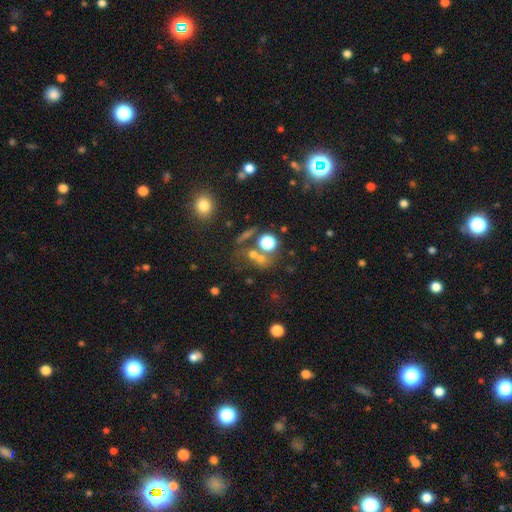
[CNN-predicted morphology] Smooth or featured: smooth — 42% (star or artifact — 40%)
Merging: none — 52% (merger — 27%)